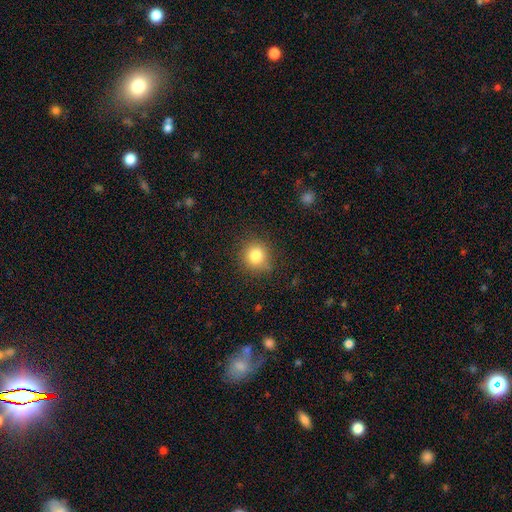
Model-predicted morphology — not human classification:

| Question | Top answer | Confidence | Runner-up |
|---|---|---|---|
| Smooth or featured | smooth | 83% | star or artifact (11%) |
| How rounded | round | 88% | in between (12%) |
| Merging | none | 84% | minor disturbance (11%) |